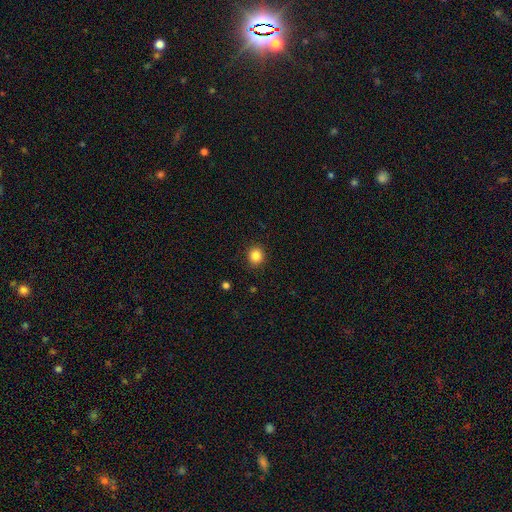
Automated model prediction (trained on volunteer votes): This appears to be a smooth galaxy with no disk features (86%) that is round (82%). Merging: none (89%).